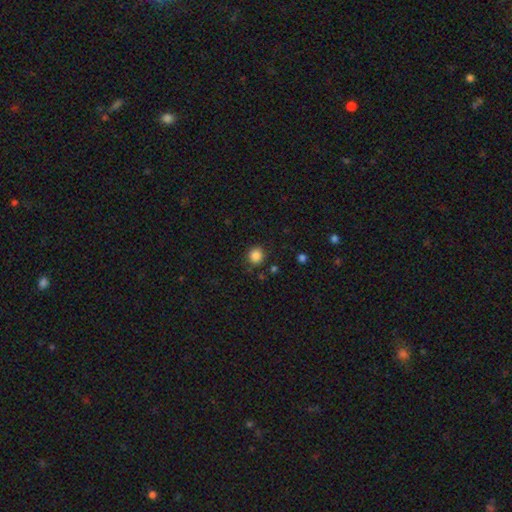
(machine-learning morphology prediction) Q: Smooth or featured?
A: smooth (86%); runner-up: star or artifact (11%)
Q: How rounded?
A: round (90%); runner-up: in between (9%)
Q: Merging?
A: none (87%); runner-up: minor disturbance (8%)